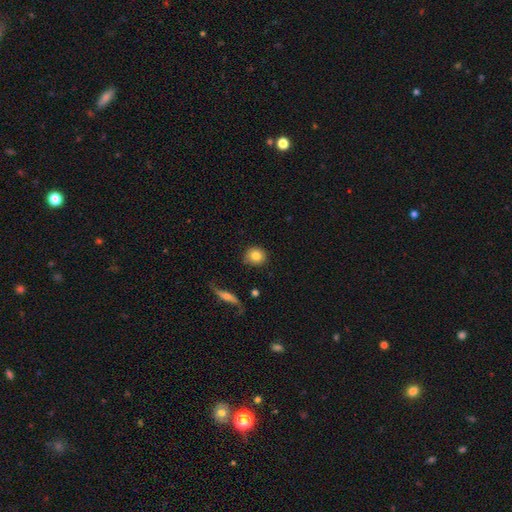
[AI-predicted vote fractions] Smooth or featured? smooth (82%)
How rounded? round (85%)
Merging? none (84%)